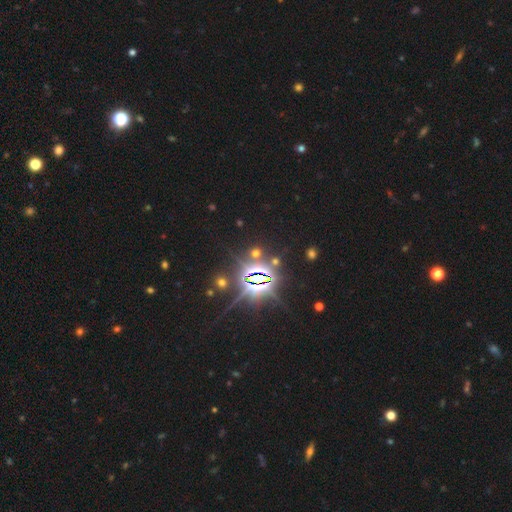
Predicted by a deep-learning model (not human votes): A star or artifact, not a galaxy (85%).

Vote fractions:
- Smooth or featured? star or artifact: 85% / featured or disk: 7% / smooth: 7%